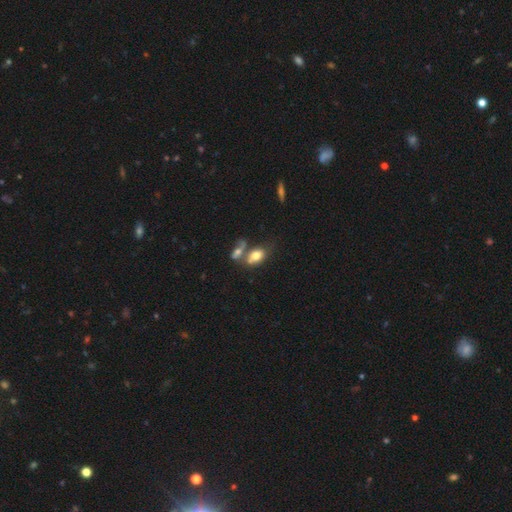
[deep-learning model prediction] Smooth or featured?
  - smooth: 75% *
  - featured or disk: 16%
  - star or artifact: 9%
How rounded?
  - in between: 83% *
  - round: 13%
  - cigar-shaped: 4%
Merging?
  - merger: 45% *
  - none: 35%
  - minor disturbance: 13%
  - major disturbance: 7%